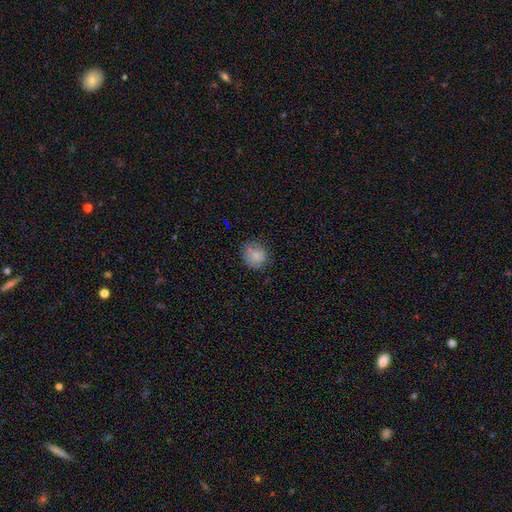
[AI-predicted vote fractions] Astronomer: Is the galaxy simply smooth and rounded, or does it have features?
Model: smooth — 81%.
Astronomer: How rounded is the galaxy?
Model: round — 83%.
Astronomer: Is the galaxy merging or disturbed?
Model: none — 69%.